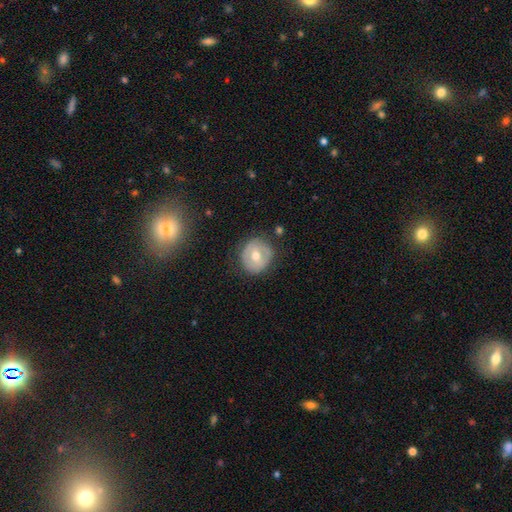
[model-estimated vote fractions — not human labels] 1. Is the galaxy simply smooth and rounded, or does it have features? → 47% smooth, 46% featured or disk, 7% star or artifact.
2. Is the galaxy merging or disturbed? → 80% none, 14% minor disturbance, 4% major disturbance, 2% merger.